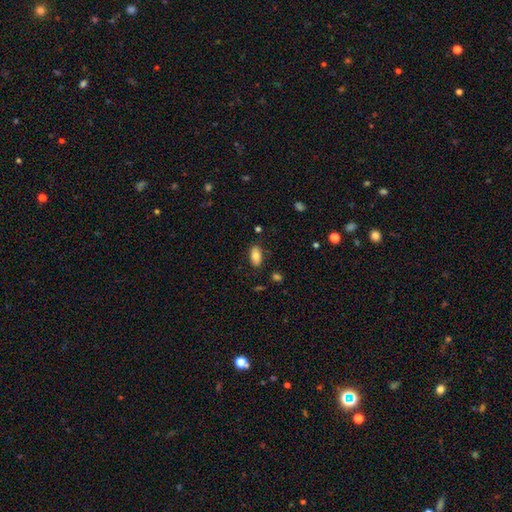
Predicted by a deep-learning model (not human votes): smooth_or_featured: smooth (p=0.82) [alt: featured or disk p=0.11]
how_rounded: in between (p=0.92) [alt: cigar-shaped p=0.05]
merging: none (p=0.84) [alt: minor disturbance p=0.12]